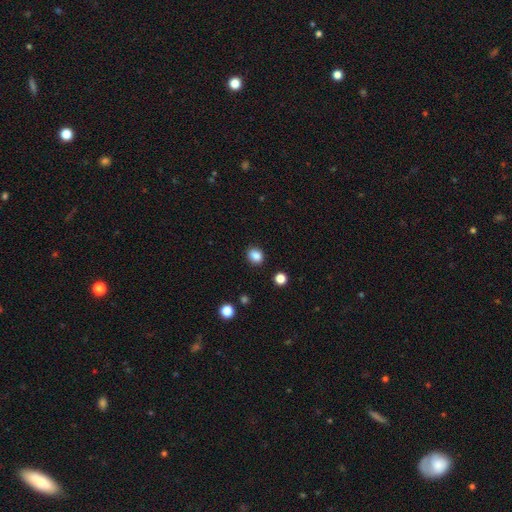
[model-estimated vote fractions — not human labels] This appears to be a smooth galaxy with no disk features (86%) that is round (67%). Merging: none (88%).